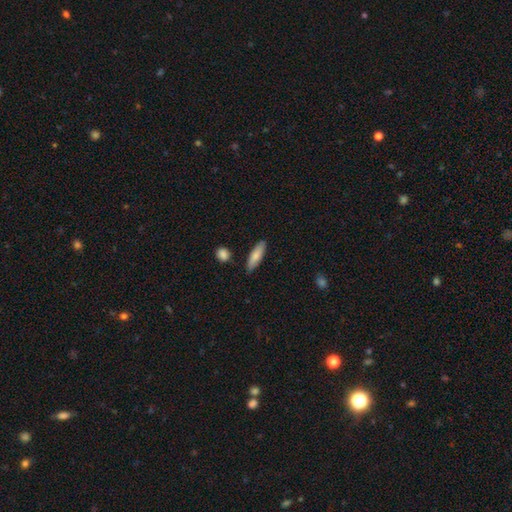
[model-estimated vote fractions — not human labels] smooth_or_featured: smooth (p=0.79) [alt: featured or disk p=0.15]
how_rounded: cigar-shaped (p=0.50) [alt: in between p=0.48]
merging: none (p=0.83) [alt: minor disturbance p=0.12]